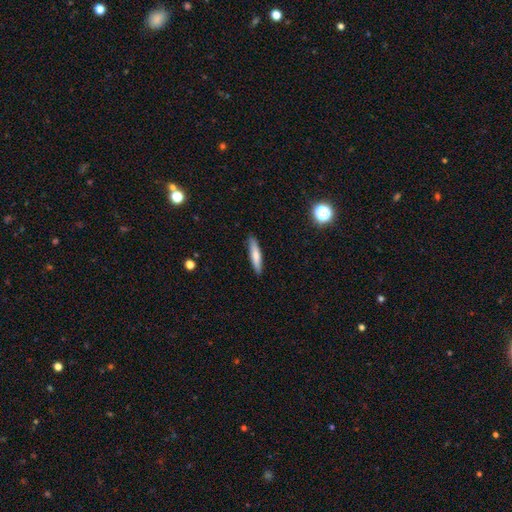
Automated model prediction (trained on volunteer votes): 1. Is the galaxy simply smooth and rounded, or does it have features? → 73% smooth, 20% featured or disk, 7% star or artifact.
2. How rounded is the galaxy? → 86% cigar-shaped, 13% in between, 1% round.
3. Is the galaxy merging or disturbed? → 88% none, 9% minor disturbance, 2% major disturbance, 1% merger.